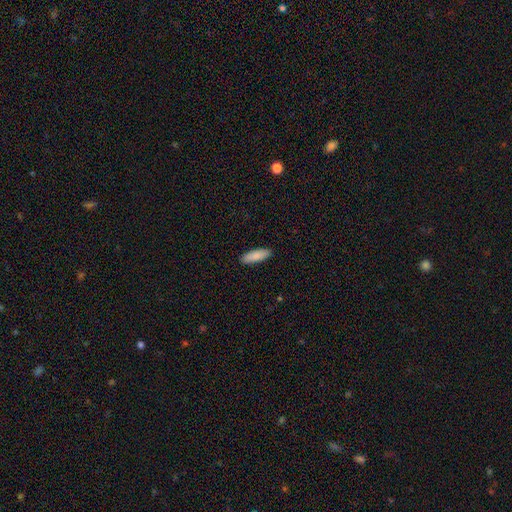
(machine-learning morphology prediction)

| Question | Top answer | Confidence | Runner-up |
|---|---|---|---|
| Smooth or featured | smooth | 88% | featured or disk (6%) |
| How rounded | in between | 52% | cigar-shaped (46%) |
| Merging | none | 90% | minor disturbance (7%) |